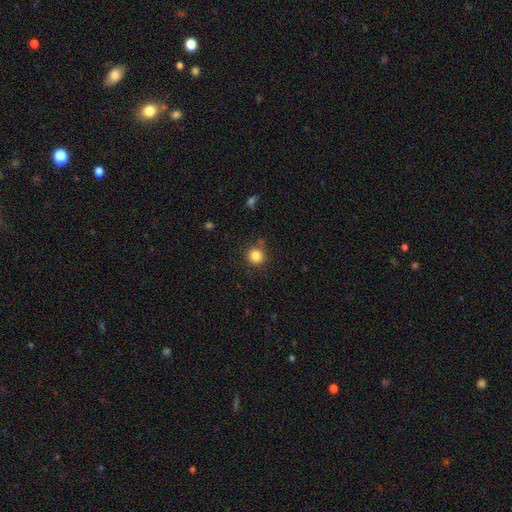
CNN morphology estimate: This is clearly a smooth galaxy (84%). How rounded: clearly round (93%). Merging: clearly none (83%).